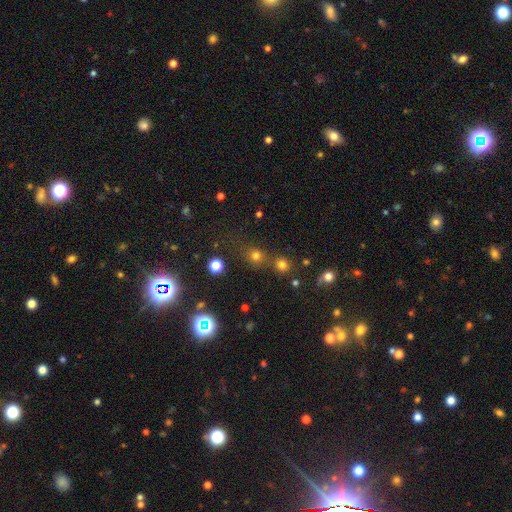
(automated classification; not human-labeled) Overall: smooth (70%). How rounded: round (85%). Merging: none (63%).